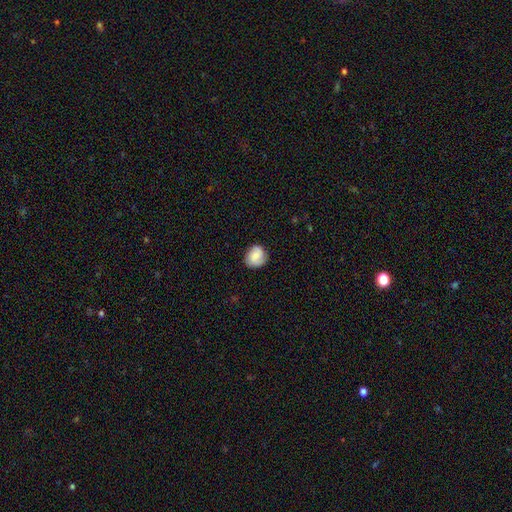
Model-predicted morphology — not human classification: Overall: smooth (67%). How rounded: round (75%). Merging: none (79%).